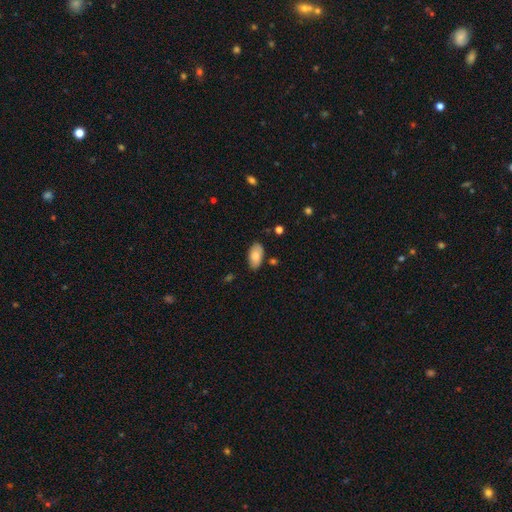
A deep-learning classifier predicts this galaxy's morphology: Smooth or featured? Predicted: smooth (p=0.81). How rounded? Predicted: in between (p=0.95). Merging? Predicted: none (p=0.82).